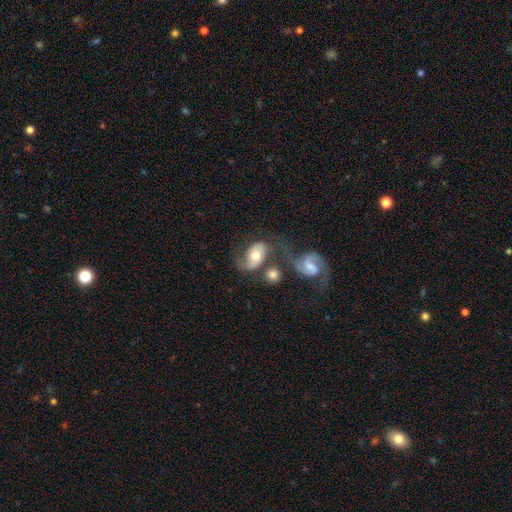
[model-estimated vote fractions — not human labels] smooth_or_featured: featured or disk (p=0.55) [alt: smooth p=0.38]
disk_edge_on: no (p=0.95) [alt: yes p=0.05]
bar: no (p=0.60) [alt: weak p=0.29]
has_spiral_arms: yes (p=0.82) [alt: no p=0.18]
bulge_size: moderate (p=0.70) [alt: small p=0.15]
merging: none (p=0.39) [alt: merger p=0.28]